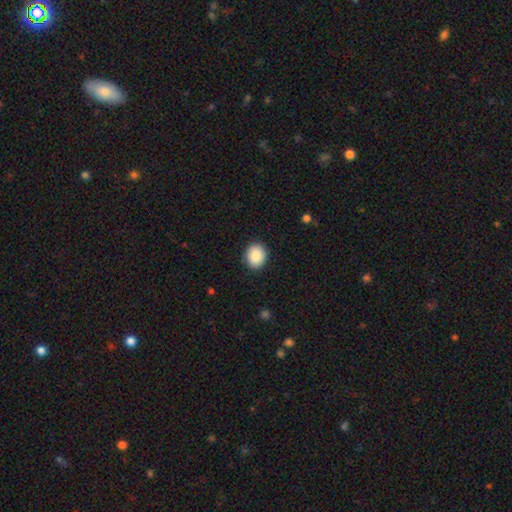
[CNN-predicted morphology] smooth_or_featured: smooth (p=0.88) [alt: star or artifact p=0.08]
how_rounded: round (p=0.64) [alt: in between p=0.35]
merging: none (p=0.89) [alt: minor disturbance p=0.08]